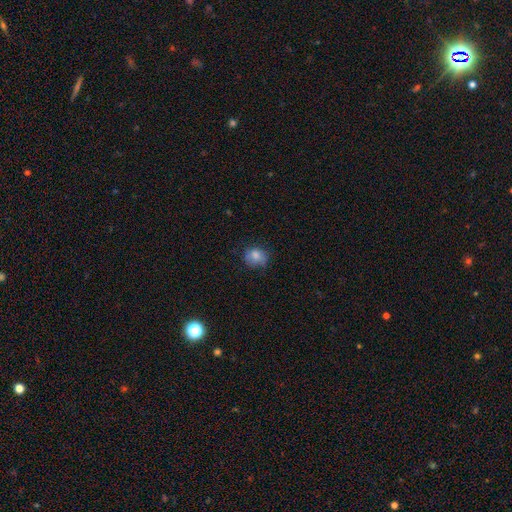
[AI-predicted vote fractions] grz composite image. It shows a smooth galaxy with no disk features (78%) that is round (66%). Merging: none (63%).